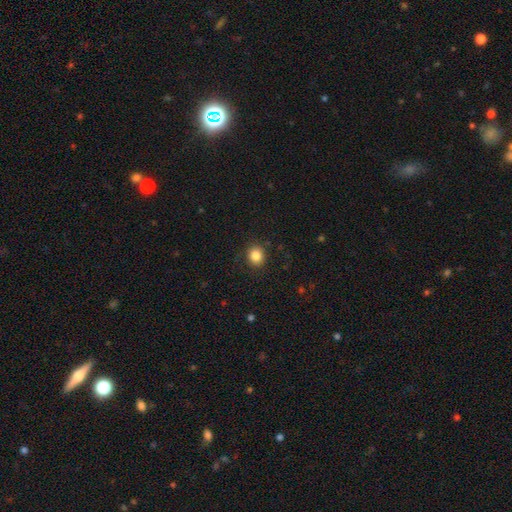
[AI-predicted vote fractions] A smooth galaxy with no disk features (84%) that is round (73%). Merging: none (89%).